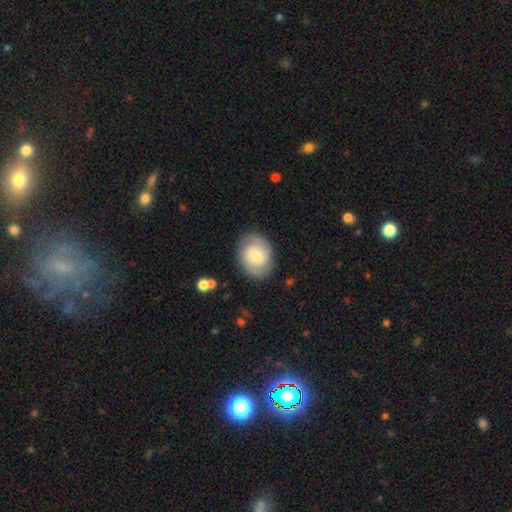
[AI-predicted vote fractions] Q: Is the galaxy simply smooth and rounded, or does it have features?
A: featured or disk — 61%.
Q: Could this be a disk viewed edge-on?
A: no — 97%.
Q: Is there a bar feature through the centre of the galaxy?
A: weak — 52%.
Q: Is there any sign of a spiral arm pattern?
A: yes — 86%.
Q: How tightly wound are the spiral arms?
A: tight — 45%.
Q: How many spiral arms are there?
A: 2 — 75%.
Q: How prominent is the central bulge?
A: small — 46%.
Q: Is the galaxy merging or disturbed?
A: none — 81%.